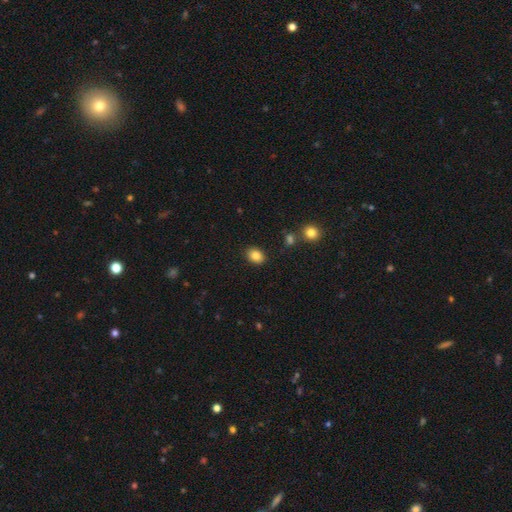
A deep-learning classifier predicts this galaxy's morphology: This is clearly a smooth galaxy (85%). How rounded: likely in between (64%). Merging: clearly none (88%).